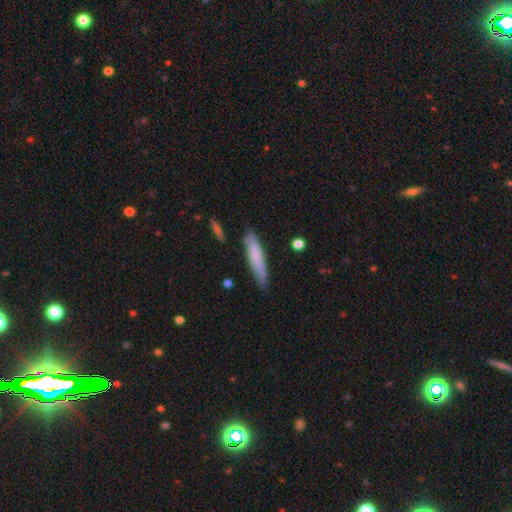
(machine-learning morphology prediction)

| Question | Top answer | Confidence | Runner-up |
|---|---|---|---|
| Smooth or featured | smooth | 74% | featured or disk (20%) |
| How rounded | cigar-shaped | 88% | in between (11%) |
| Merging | none | 77% | minor disturbance (18%) |